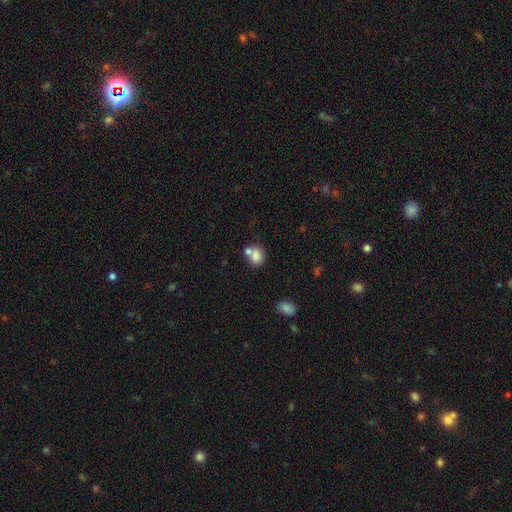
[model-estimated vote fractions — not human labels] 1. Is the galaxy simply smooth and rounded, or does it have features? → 79% smooth, 11% featured or disk, 10% star or artifact.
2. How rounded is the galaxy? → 50% in between, 49% round, 1% cigar-shaped.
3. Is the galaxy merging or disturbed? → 43% none, 41% merger, 12% minor disturbance, 5% major disturbance.